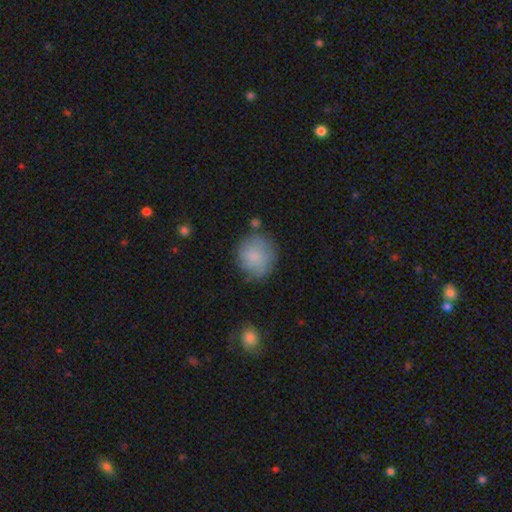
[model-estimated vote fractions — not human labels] Smooth or featured? smooth (80%)
How rounded? round (82%)
Merging? none (71%)